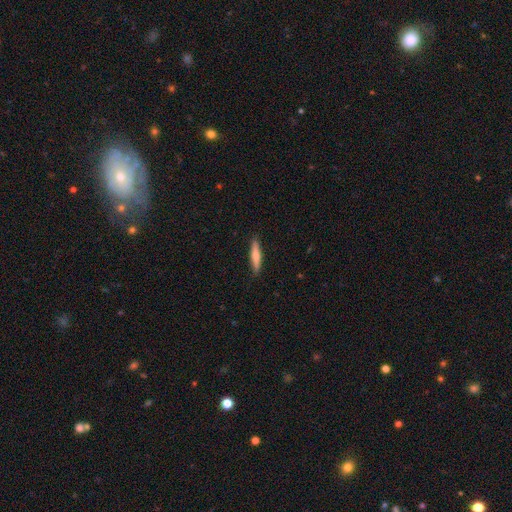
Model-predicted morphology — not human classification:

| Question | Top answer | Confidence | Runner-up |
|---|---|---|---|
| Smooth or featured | smooth | 64% | featured or disk (31%) |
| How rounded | cigar-shaped | 89% | in between (10%) |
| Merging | none | 88% | minor disturbance (9%) |